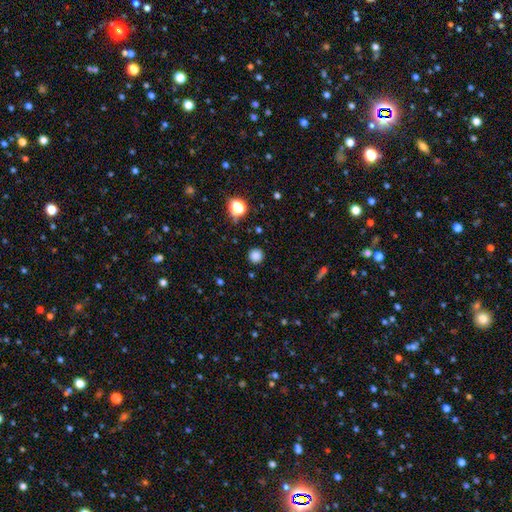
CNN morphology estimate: Smooth or featured?
  - smooth: 82% *
  - star or artifact: 14%
  - featured or disk: 3%
How rounded?
  - round: 95% *
  - in between: 4%
  - cigar-shaped: 1%
Merging?
  - none: 91% *
  - minor disturbance: 6%
  - major disturbance: 2%
  - merger: 1%